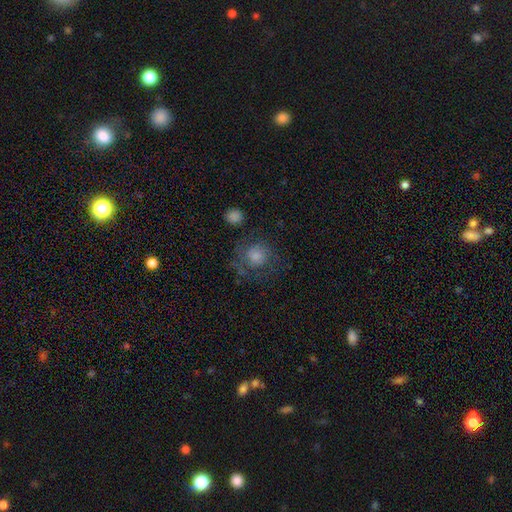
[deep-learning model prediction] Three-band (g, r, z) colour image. It shows a smooth galaxy with no disk features (44%). Merging: none (64%).